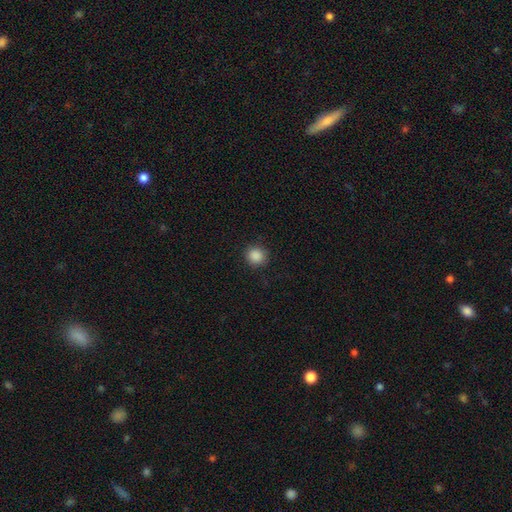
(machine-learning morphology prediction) Smooth or featured? smooth (87%)
How rounded? round (91%)
Merging? none (90%)